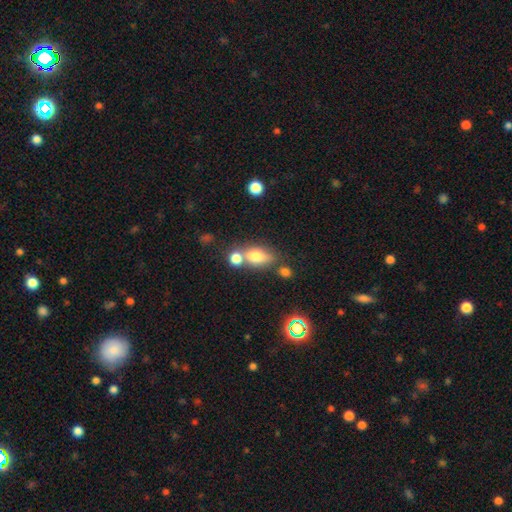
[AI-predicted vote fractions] Q: Smooth or featured?
A: smooth (73%); runner-up: featured or disk (16%)
Q: How rounded?
A: in between (74%); runner-up: round (20%)
Q: Merging?
A: none (47%); runner-up: merger (32%)